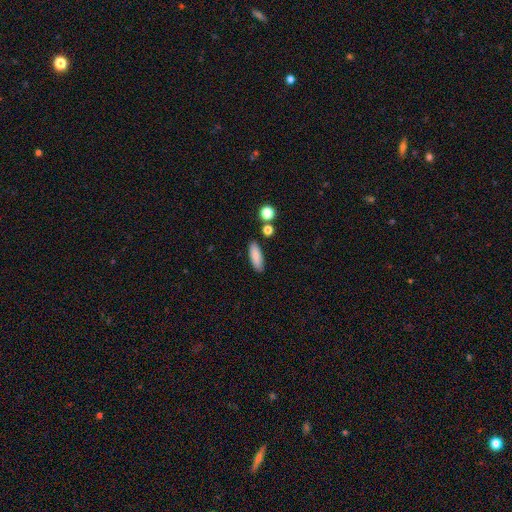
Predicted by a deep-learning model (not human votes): Smooth or featured? smooth (85%)
How rounded? in between (59%)
Merging? none (85%)